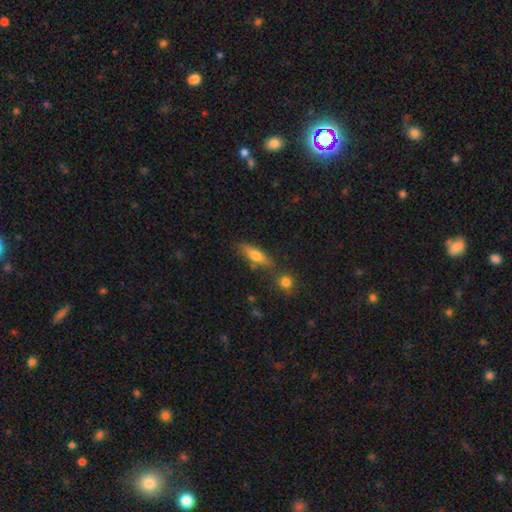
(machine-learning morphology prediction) Q: Smooth or featured?
A: smooth (67%); runner-up: featured or disk (25%)
Q: How rounded?
A: cigar-shaped (50%); runner-up: in between (47%)
Q: Merging?
A: none (68%); runner-up: minor disturbance (14%)